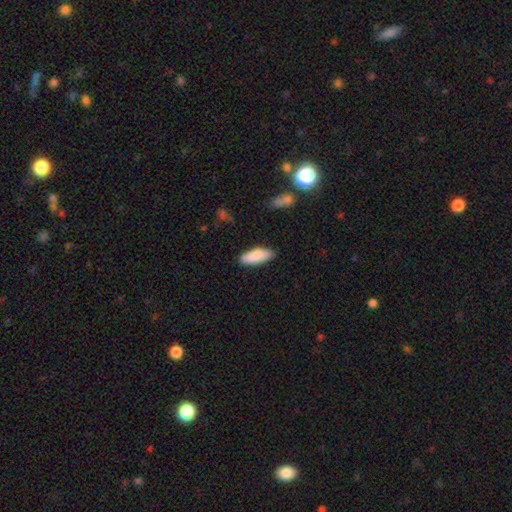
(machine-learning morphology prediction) This is clearly a smooth galaxy (87%). How rounded: likely in between (68%). Merging: clearly none (85%).